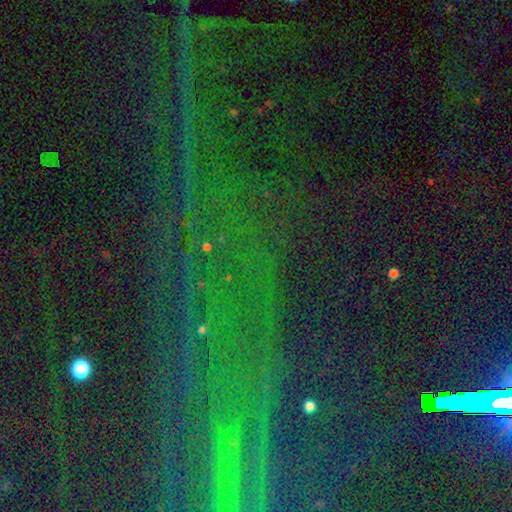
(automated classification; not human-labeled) Q: Smooth or featured?
A: star or artifact (82%); runner-up: smooth (9%)